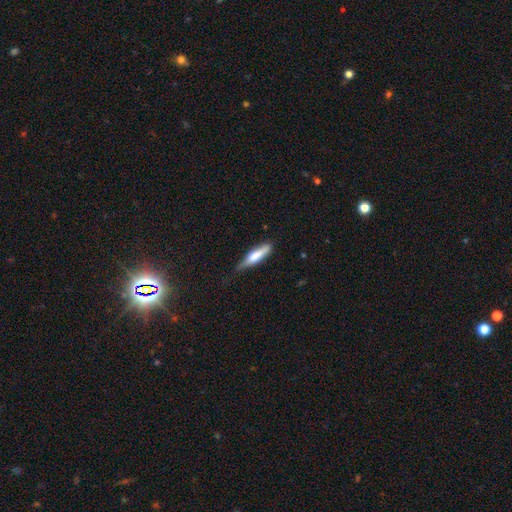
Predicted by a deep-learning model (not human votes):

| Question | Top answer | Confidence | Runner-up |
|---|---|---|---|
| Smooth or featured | smooth | 65% | featured or disk (29%) |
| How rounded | cigar-shaped | 77% | in between (22%) |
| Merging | none | 56% | minor disturbance (33%) |